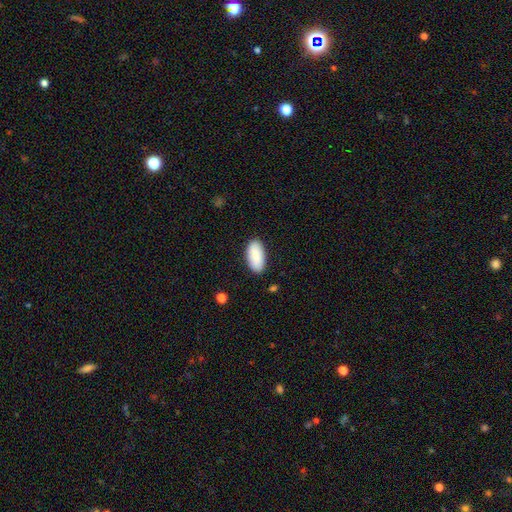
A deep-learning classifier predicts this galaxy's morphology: smooth_or_featured: smooth (p=0.89) [alt: star or artifact p=0.06]
how_rounded: in between (p=0.93) [alt: cigar-shaped p=0.05]
merging: none (p=0.87) [alt: minor disturbance p=0.10]